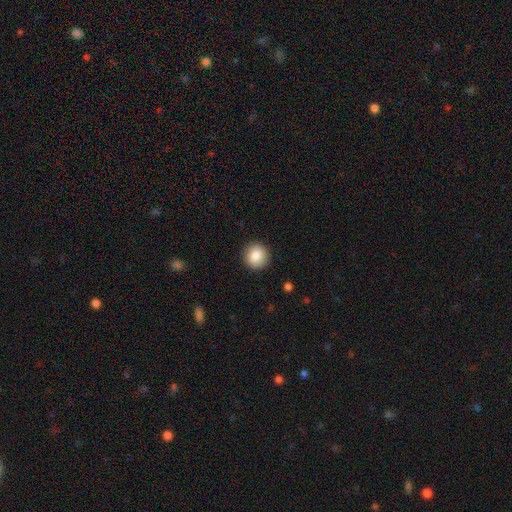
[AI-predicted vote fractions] smooth 87%, star or artifact 8%, featured or disk 5%. Down the decision tree: how rounded — round (93%); merging — none (91%).